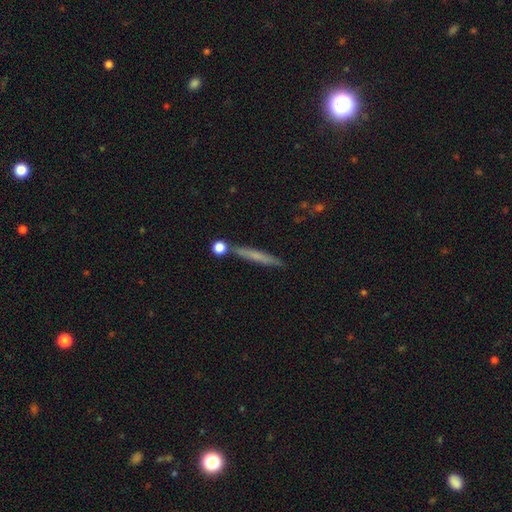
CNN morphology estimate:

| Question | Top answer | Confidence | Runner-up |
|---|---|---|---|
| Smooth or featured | smooth | 55% | featured or disk (36%) |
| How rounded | cigar-shaped | 92% | in between (5%) |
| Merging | none | 81% | minor disturbance (10%) |